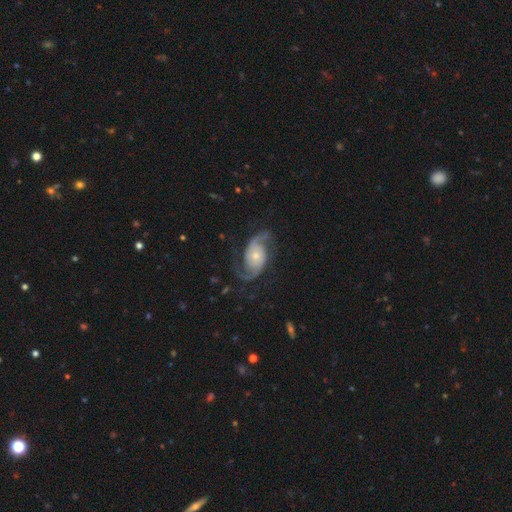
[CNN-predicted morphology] Q: Smooth or featured?
A: featured or disk (89%); runner-up: smooth (6%)
Q: Edge-on disk?
A: no (97%); runner-up: yes (3%)
Q: Bar?
A: no (69%); runner-up: weak (23%)
Q: Spiral arms?
A: yes (97%); runner-up: no (3%)
Q: Spiral winding?
A: medium (43%); tied with: loose (43%)
Q: Spiral arm count?
A: 2 (92%); runner-up: can't tell (2%)
Q: Bulge size?
A: small (56%); runner-up: moderate (36%)
Q: Merging?
A: none (73%); runner-up: minor disturbance (15%)